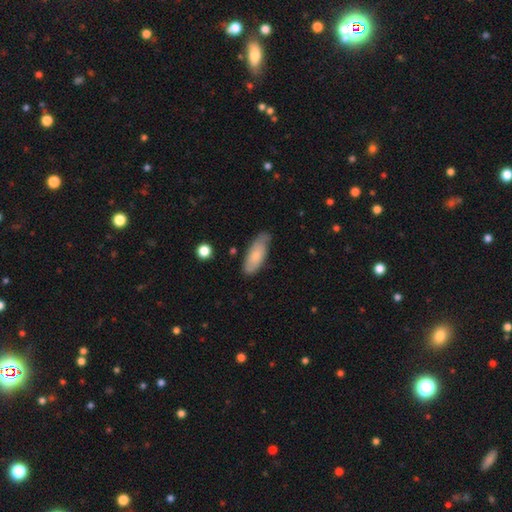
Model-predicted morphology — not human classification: smooth-or-featured: smooth: 75% | featured or disk: 20% | star or artifact: 6%
  how-rounded: in between: 73% | cigar-shaped: 25% | round: 2%
  merging: none: 69% | minor disturbance: 25% | major disturbance: 4% | merger: 2%